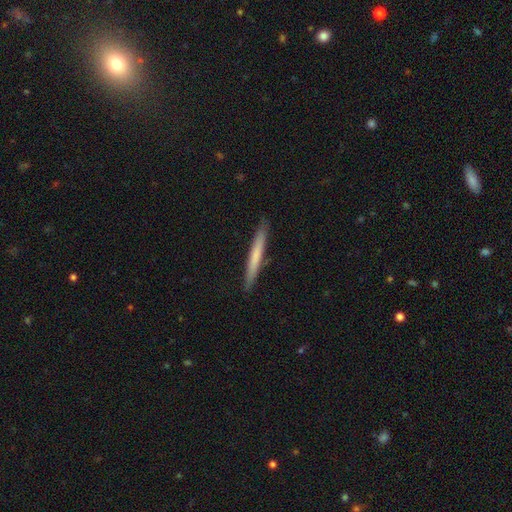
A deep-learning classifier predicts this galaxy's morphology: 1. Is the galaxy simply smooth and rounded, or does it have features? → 63% smooth, 31% featured or disk, 5% star or artifact.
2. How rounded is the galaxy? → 97% cigar-shaped, 2% in between, 1% round.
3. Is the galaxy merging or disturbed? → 90% none, 7% minor disturbance, 1% major disturbance, 1% merger.